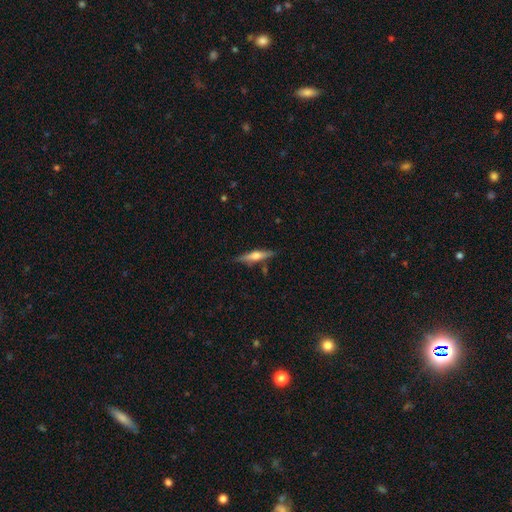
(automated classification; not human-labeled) A featured or disk galaxy (58%) viewed edge-on (96%) with a rounded central bulge (87%). Merging: none (82%).